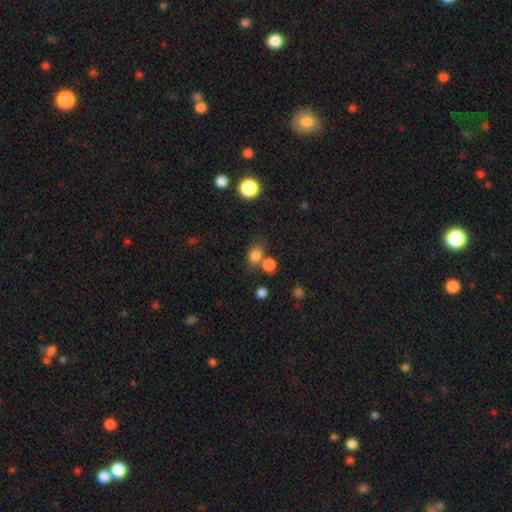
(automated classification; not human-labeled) A smooth galaxy with no disk features (80%) that is in between round and cigar-shaped (54%). Merging: none (56%).